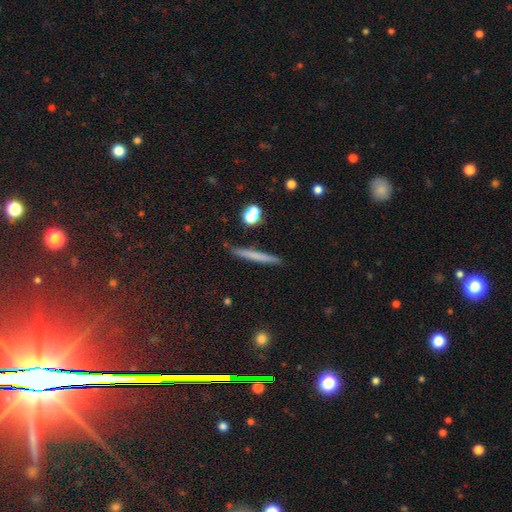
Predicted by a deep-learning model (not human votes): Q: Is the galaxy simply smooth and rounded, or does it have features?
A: smooth — 60%.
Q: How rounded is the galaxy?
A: cigar-shaped — 95%.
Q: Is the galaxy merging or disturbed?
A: none — 88%.